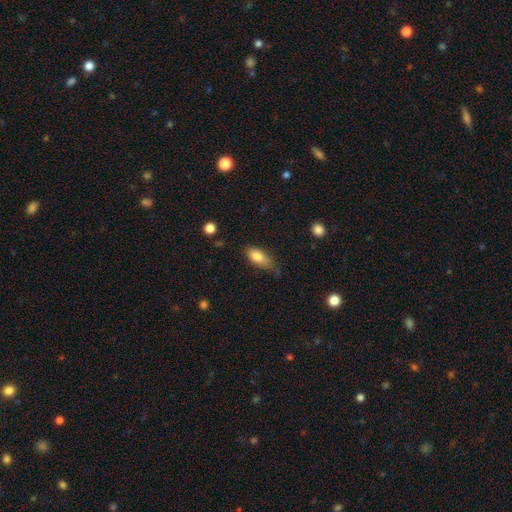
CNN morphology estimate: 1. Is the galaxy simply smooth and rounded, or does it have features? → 82% smooth, 10% featured or disk, 8% star or artifact.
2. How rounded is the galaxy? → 85% in between, 11% cigar-shaped, 4% round.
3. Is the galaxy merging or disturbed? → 50% none, 36% minor disturbance, 11% major disturbance, 2% merger.